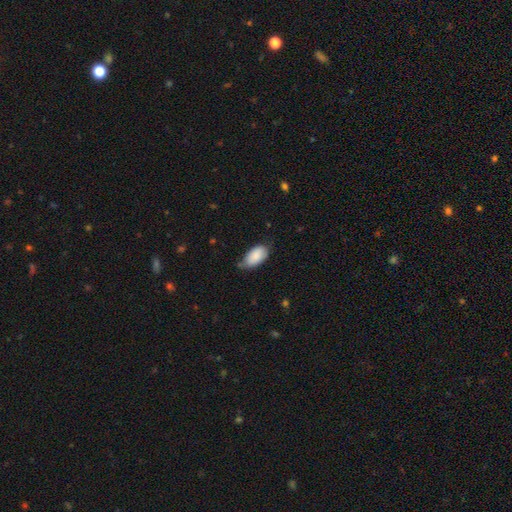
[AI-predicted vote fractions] Smooth or featured? smooth (88%)
How rounded? in between (95%)
Merging? none (58%)